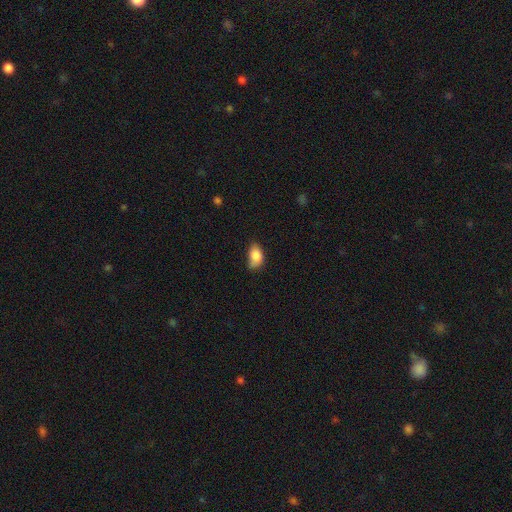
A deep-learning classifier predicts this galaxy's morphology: Smooth or featured: smooth — 85% (star or artifact — 8%)
How rounded: in between — 86% (round — 12%)
Merging: none — 53% (minor disturbance — 37%)